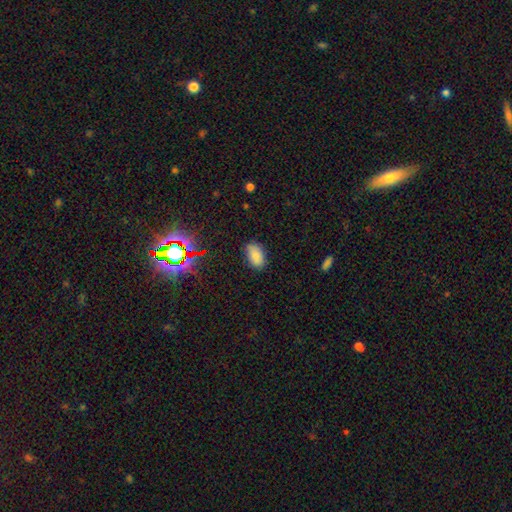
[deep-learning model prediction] Overall: smooth (79%). How rounded: in between (91%). Merging: none (81%).